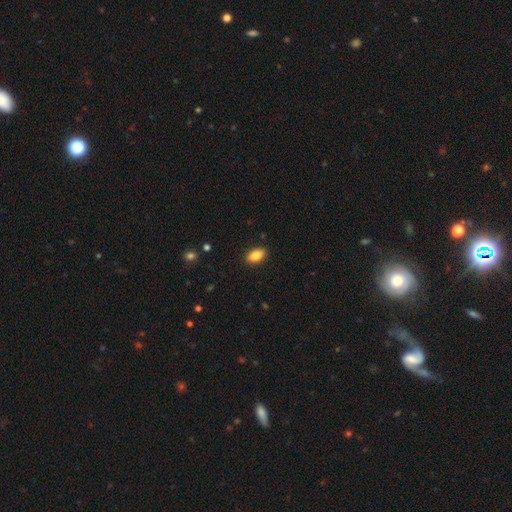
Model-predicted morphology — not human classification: The model was most divided on "smooth or featured": smooth: 85%, star or artifact: 8%, featured or disk: 7%. More confident: how rounded — in between (90%); merging — none (88%).